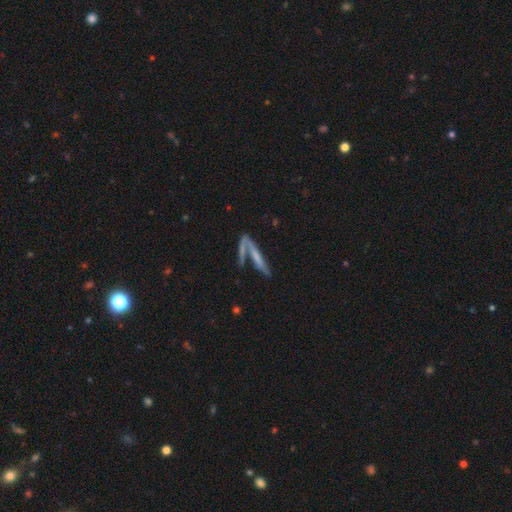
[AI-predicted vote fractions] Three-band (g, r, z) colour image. It shows a smooth galaxy with no disk features (45%, tied with featured or disk). Merging: none (42%).